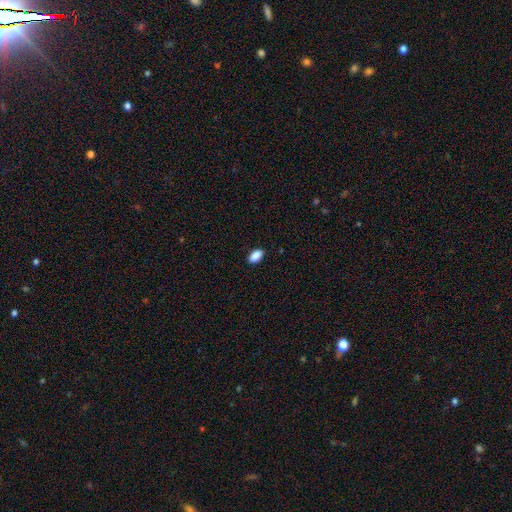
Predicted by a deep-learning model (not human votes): A smooth galaxy with no disk features (90%) that is in between round and cigar-shaped (92%). Merging: none (88%).